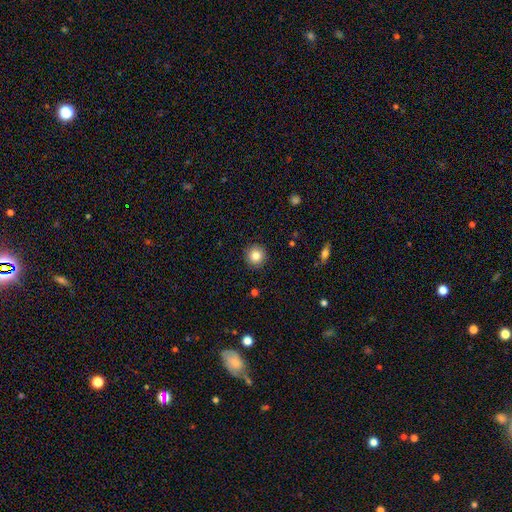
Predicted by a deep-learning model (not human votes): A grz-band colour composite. It shows a smooth galaxy with no disk features (83%) that is round (95%). Merging: none (92%).